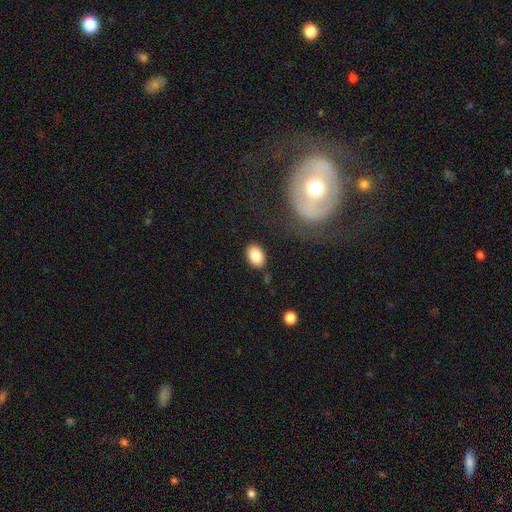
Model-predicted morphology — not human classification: A smooth galaxy with no disk features (85%) that is in between round and cigar-shaped (88%).

Vote fractions:
- Smooth or featured? smooth: 85% / star or artifact: 8% / featured or disk: 7%
- How rounded? in between: 88% / round: 10% / cigar-shaped: 1%
- Merging? none: 84% / minor disturbance: 11% / major disturbance: 3% / merger: 2%